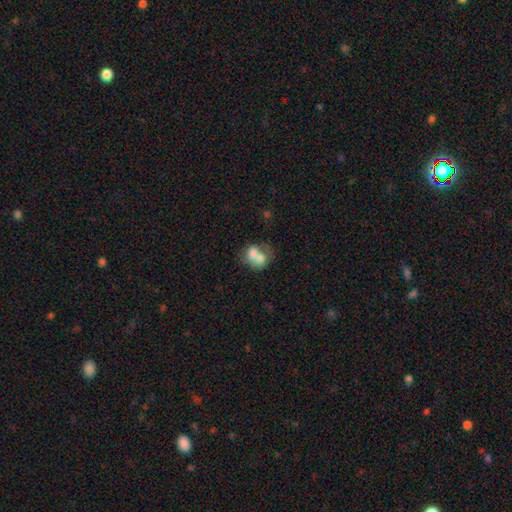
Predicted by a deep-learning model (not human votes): Smooth or featured? Predicted: smooth (p=0.65). How rounded? Predicted: in between (p=0.51). Merging? Predicted: merger (p=0.66).